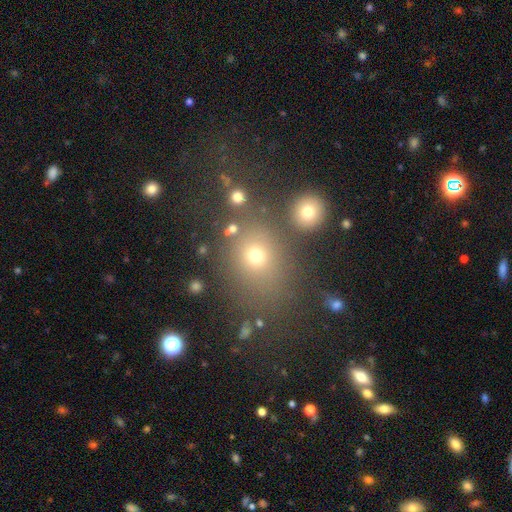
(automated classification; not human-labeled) Morphology: type=smooth (67%); roundness=round (60%); merging=none (71%).